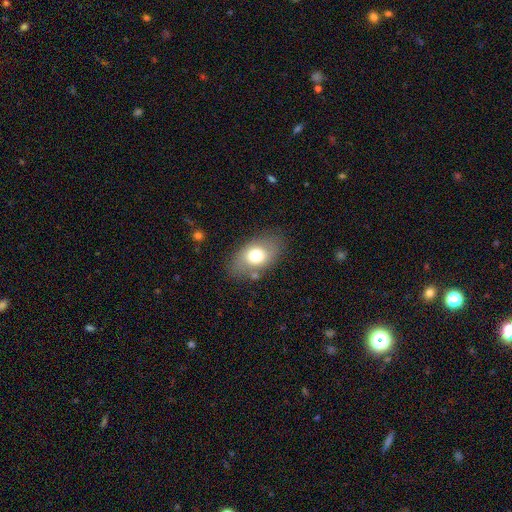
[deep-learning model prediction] This appears to be a smooth galaxy with no disk features (68%) that is in between round and cigar-shaped (84%). Merging: none (76%).